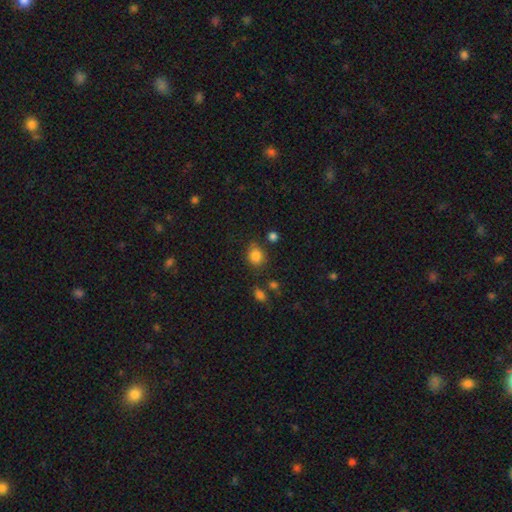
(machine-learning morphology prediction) Overall: smooth (84%). How rounded: round (60%; in between 38%). Merging: none (73%).